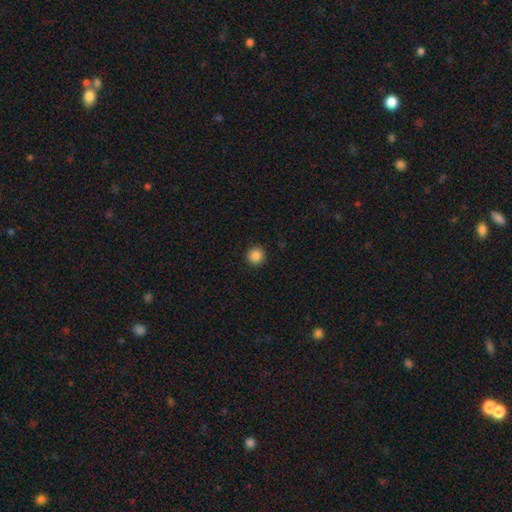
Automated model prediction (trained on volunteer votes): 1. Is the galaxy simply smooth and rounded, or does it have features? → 87% smooth, 10% star or artifact, 3% featured or disk.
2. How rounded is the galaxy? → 95% round, 4% in between, 1% cigar-shaped.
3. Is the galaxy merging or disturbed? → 93% none, 5% minor disturbance, 2% major disturbance, 1% merger.